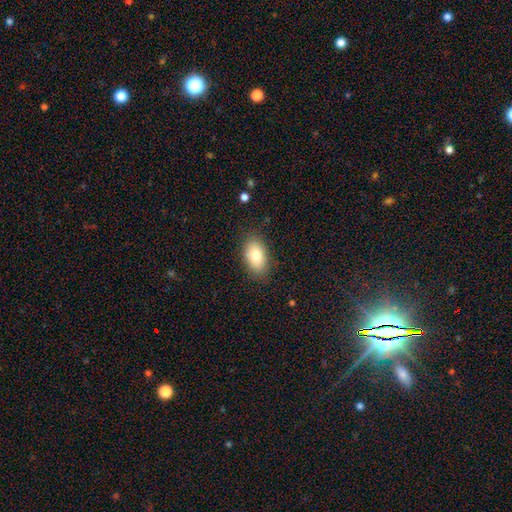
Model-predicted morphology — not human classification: Overall: smooth (79%). How rounded: in between (91%). Merging: none (84%).